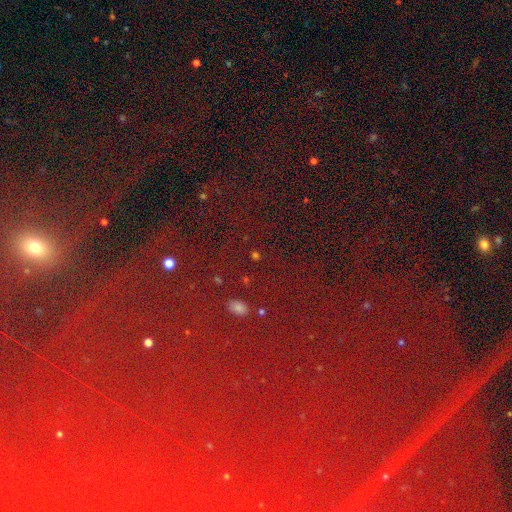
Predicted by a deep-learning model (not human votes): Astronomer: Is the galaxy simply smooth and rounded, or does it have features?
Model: star or artifact — 57% (runner-up: smooth, 34%).